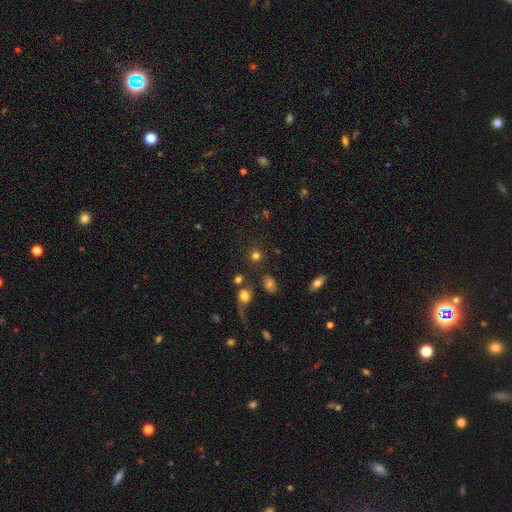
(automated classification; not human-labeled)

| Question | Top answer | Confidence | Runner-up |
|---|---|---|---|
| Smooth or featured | smooth | 76% | star or artifact (17%) |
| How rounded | round | 90% | in between (9%) |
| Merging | none | 79% | minor disturbance (8%) |